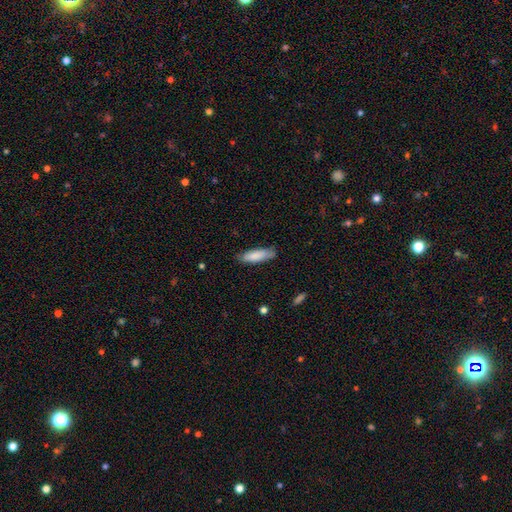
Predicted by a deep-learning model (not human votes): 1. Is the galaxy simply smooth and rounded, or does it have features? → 83% smooth, 11% featured or disk, 5% star or artifact.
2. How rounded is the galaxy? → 54% cigar-shaped, 45% in between, 1% round.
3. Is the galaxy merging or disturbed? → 78% none, 18% minor disturbance, 3% major disturbance, 1% merger.